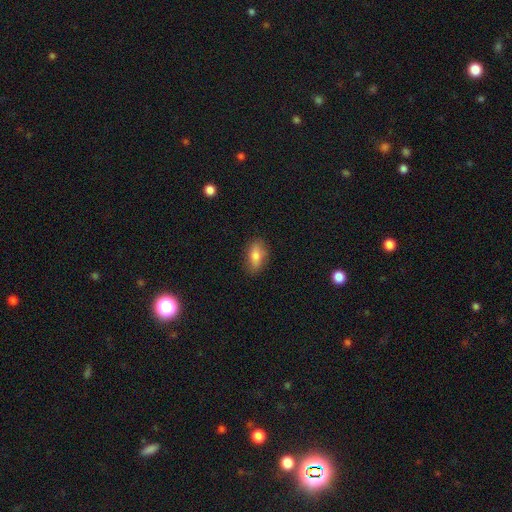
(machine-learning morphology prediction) This is likely a smooth galaxy (77%). How rounded: clearly in between (84%). Merging: clearly none (82%).